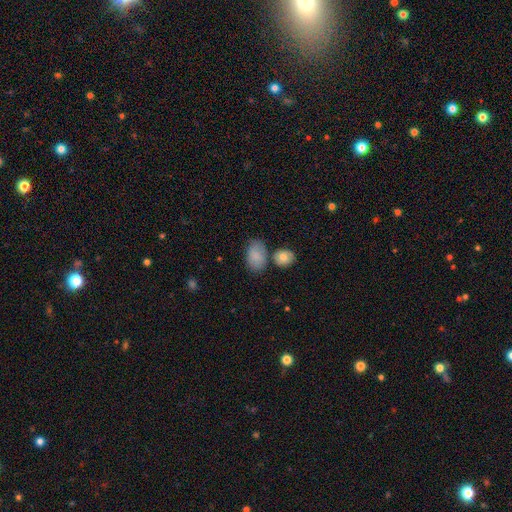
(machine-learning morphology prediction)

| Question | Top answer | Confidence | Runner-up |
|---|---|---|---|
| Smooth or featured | smooth | 84% | featured or disk (9%) |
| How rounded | in between | 89% | round (10%) |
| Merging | none | 62% | minor disturbance (20%) |